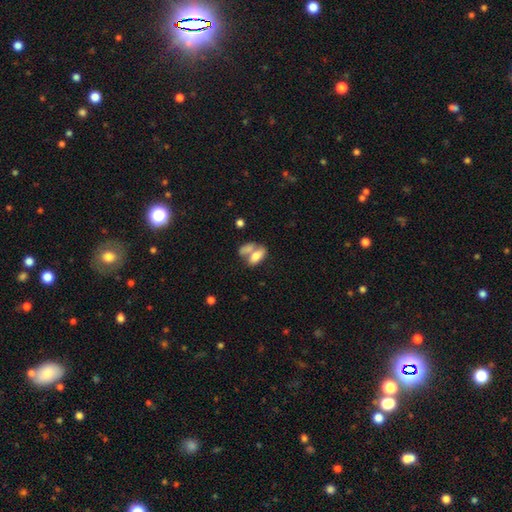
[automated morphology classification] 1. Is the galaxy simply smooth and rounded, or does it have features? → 74% smooth, 18% featured or disk, 8% star or artifact.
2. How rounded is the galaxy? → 84% in between, 10% cigar-shaped, 5% round.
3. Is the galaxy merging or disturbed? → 50% merger, 32% none, 11% minor disturbance, 7% major disturbance.